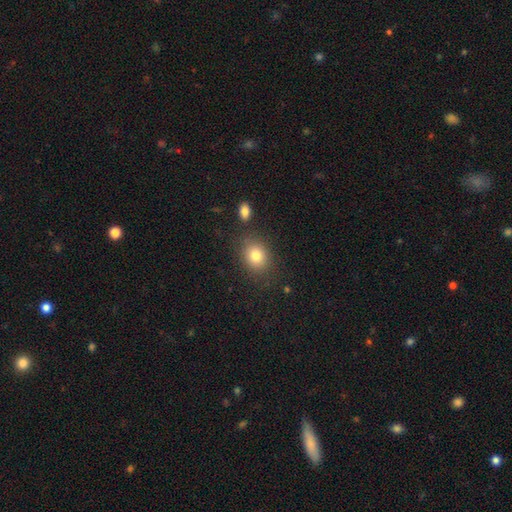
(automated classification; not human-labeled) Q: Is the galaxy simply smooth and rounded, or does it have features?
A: smooth — 80%.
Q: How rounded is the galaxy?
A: round — 56%.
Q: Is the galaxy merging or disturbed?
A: none — 80%.